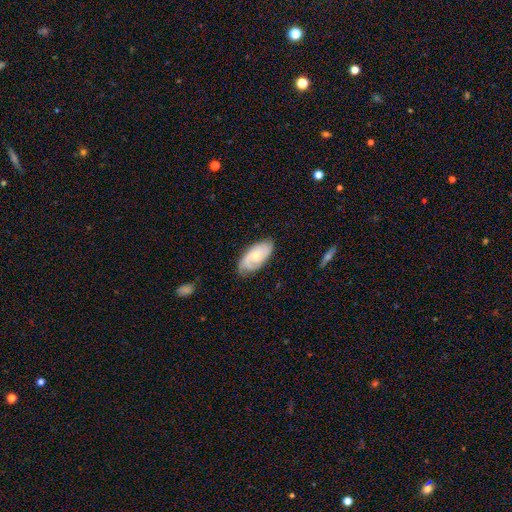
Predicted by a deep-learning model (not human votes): The model was most divided on "bulge size": small: 50%, moderate: 46%, large: 2%, none: 1%, dominant: 1%. More confident: edge-on disk — no (92%); spiral arms — yes (83%); bar — no (78%); merging — none (72%); smooth or featured — featured or disk (57%).